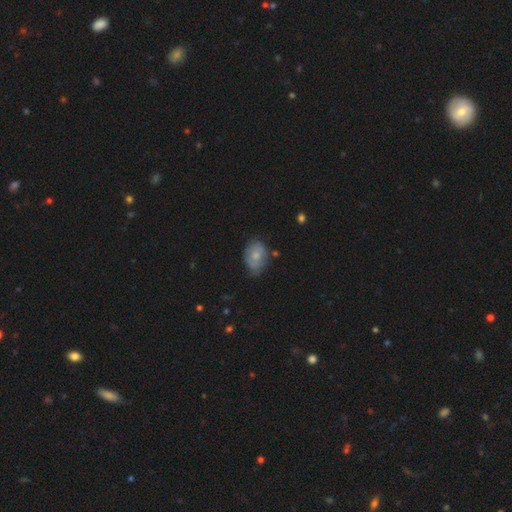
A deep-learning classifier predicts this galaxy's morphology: A smooth galaxy with no disk features (67%) that is in between round and cigar-shaped (77%).

Vote fractions:
- Smooth or featured? smooth: 67% / featured or disk: 26% / star or artifact: 7%
- How rounded? in between: 77% / round: 21% / cigar-shaped: 1%
- Merging? none: 57% / minor disturbance: 33% / major disturbance: 7% / merger: 3%